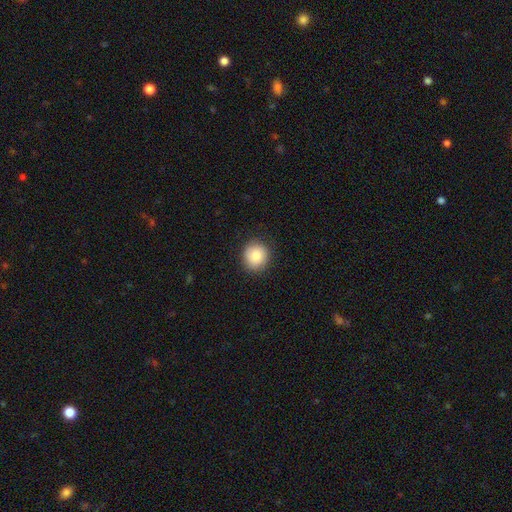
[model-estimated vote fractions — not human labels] Smooth or featured?
  - smooth: 86% *
  - star or artifact: 8%
  - featured or disk: 6%
How rounded?
  - round: 89% *
  - in between: 10%
  - cigar-shaped: 1%
Merging?
  - none: 88% *
  - minor disturbance: 8%
  - major disturbance: 2%
  - merger: 1%